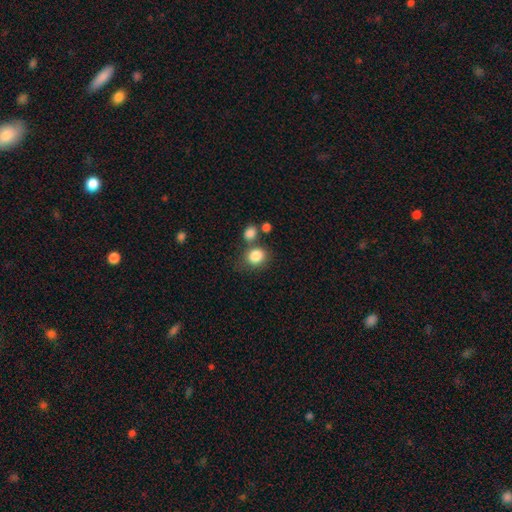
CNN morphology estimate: Smooth or featured? smooth (84%)
How rounded? round (65%)
Merging? none (61%)